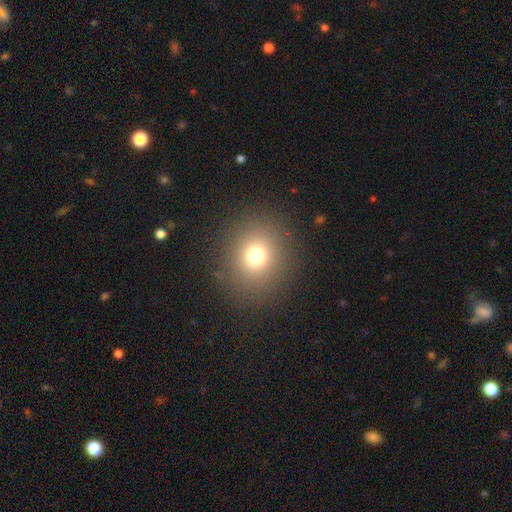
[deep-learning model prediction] Smooth or featured: smooth — 72% (star or artifact — 19%)
How rounded: round — 83% (in between — 16%)
Merging: none — 88% (minor disturbance — 7%)